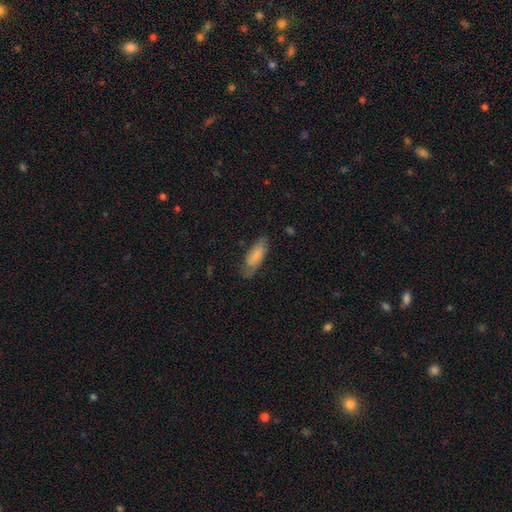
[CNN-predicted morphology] Smooth or featured? smooth (75%)
How rounded? in between (68%)
Merging? none (70%)